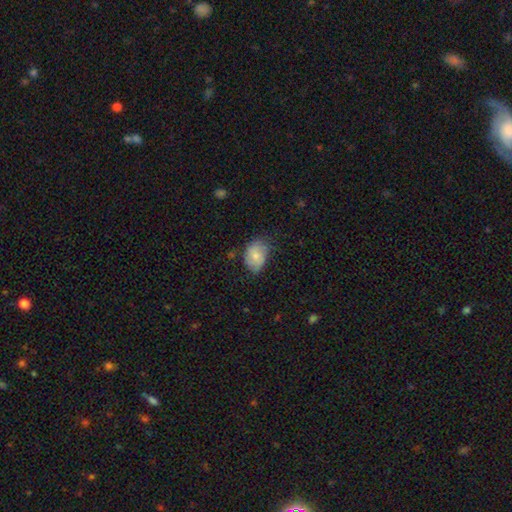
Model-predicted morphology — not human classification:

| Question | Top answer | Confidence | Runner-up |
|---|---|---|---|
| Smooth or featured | smooth | 72% | featured or disk (21%) |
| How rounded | in between | 75% | round (24%) |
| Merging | none | 53% | minor disturbance (36%) |